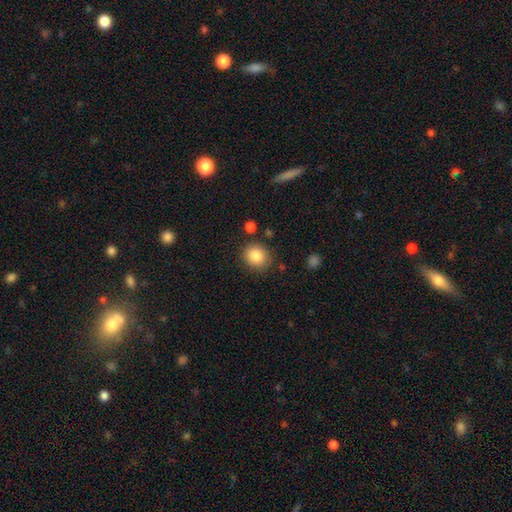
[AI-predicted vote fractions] Q: Smooth or featured?
A: smooth (86%); runner-up: star or artifact (9%)
Q: How rounded?
A: round (78%); runner-up: in between (21%)
Q: Merging?
A: none (83%); runner-up: minor disturbance (11%)